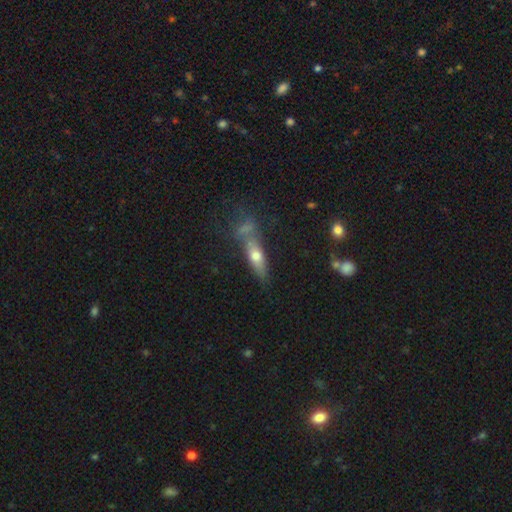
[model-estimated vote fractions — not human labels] A smooth galaxy with no disk features (57%) that is cigar-shaped (57%).

Vote fractions:
- Smooth or featured? smooth: 57% / featured or disk: 35% / star or artifact: 8%
- How rounded? cigar-shaped: 57% / in between: 39% / round: 4%
- Merging? none: 54% / minor disturbance: 19% / merger: 17% / major disturbance: 10%